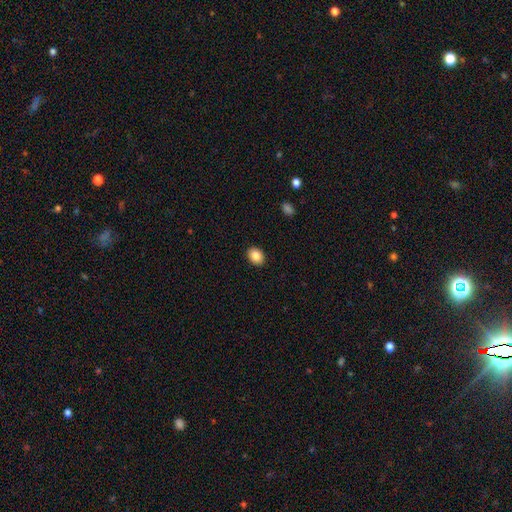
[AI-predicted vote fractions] Q: Smooth or featured?
A: smooth (86%); runner-up: star or artifact (8%)
Q: How rounded?
A: in between (64%); runner-up: round (35%)
Q: Merging?
A: none (91%); runner-up: minor disturbance (7%)